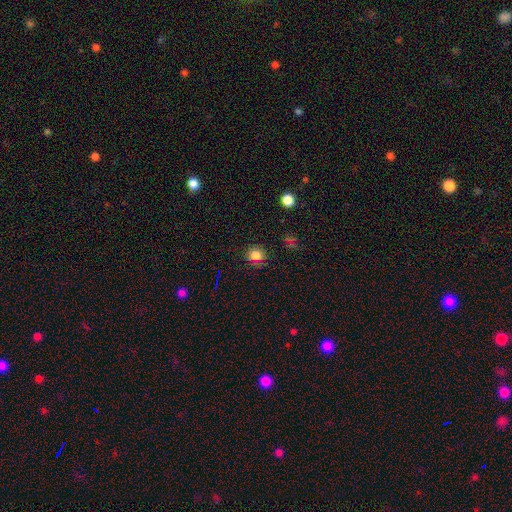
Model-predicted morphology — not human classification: The model was most divided on "smooth or featured": smooth: 77%, star or artifact: 18%, featured or disk: 6%. More confident: how rounded — round (88%); merging — none (85%).